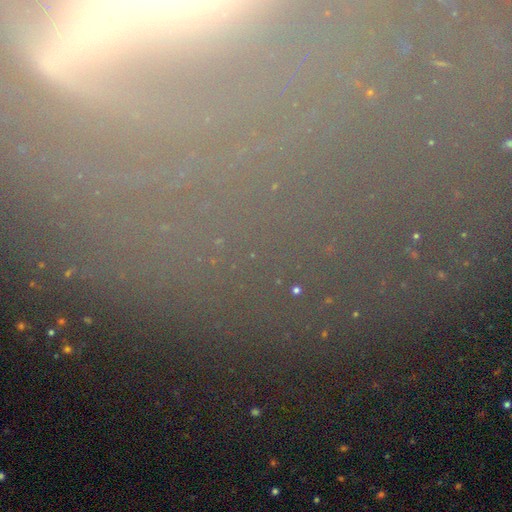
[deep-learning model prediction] Overall: star or artifact (59%; featured or disk 23%).